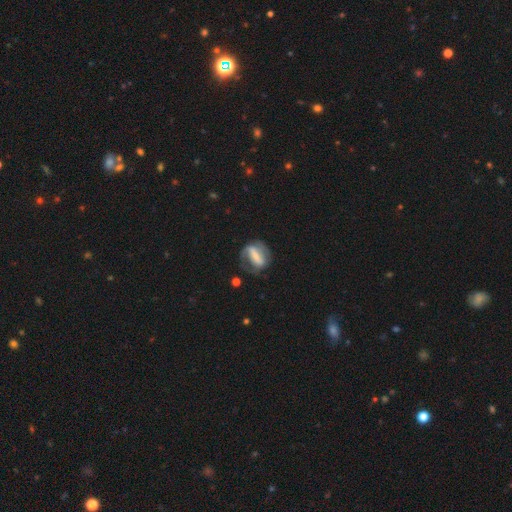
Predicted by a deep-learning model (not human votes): Morphology: type=featured or disk (68%); edge-on=no (91%); bar=strong (71%); spiral arms=yes (67%); bulge=small (48%); merging=none (58%).